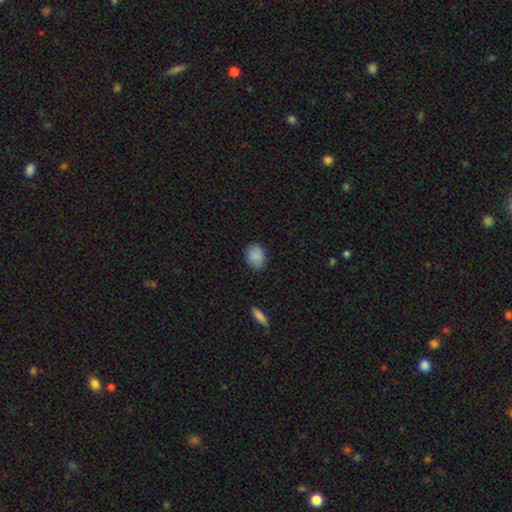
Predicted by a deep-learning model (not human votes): smooth_or_featured: smooth (p=0.87) [alt: star or artifact p=0.08]
how_rounded: in between (p=0.59) [alt: round p=0.40]
merging: none (p=0.84) [alt: minor disturbance p=0.12]